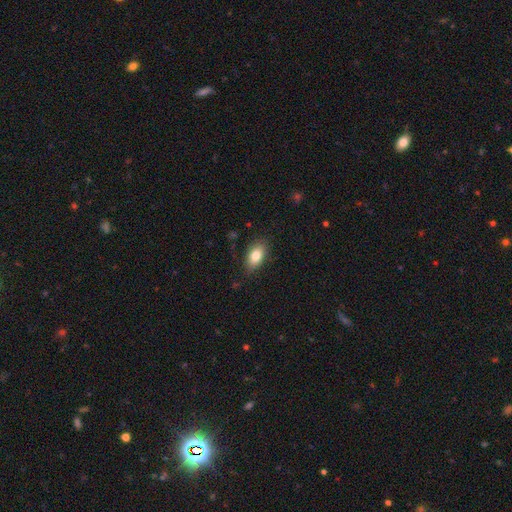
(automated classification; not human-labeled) Smooth or featured: smooth — 81% (featured or disk — 11%)
How rounded: in between — 90% (round — 6%)
Merging: none — 84% (minor disturbance — 12%)